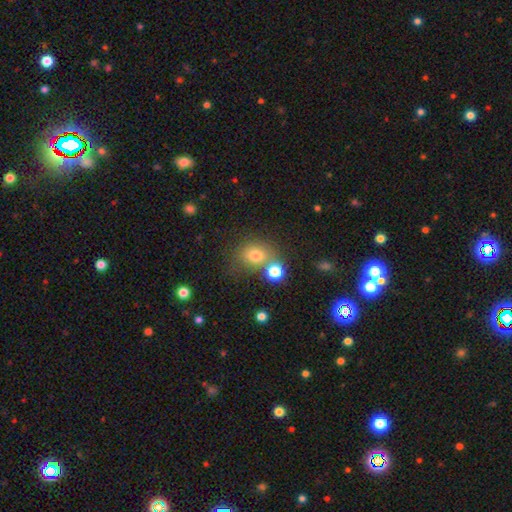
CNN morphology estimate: Overall: smooth (75%). How rounded: round (68%; in between 31%). Merging: none (55%; merger 26%).